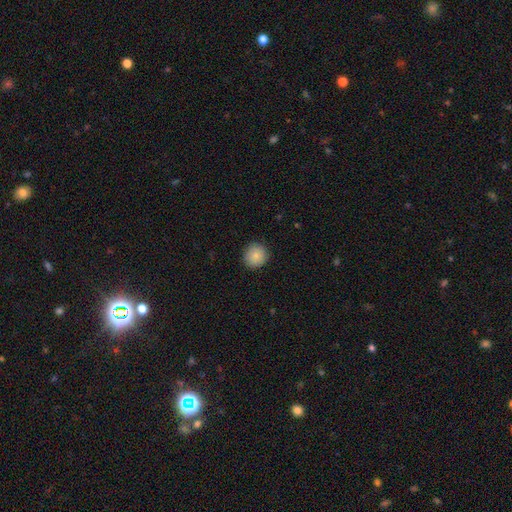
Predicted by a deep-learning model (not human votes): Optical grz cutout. It shows a smooth galaxy with no disk features (87%) that is round (92%). Merging: none (90%).